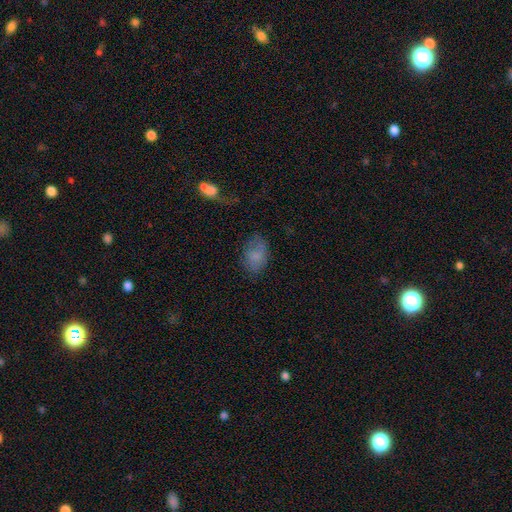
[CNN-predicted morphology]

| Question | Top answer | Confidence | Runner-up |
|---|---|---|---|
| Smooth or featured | smooth | 77% | featured or disk (14%) |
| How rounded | in between | 85% | round (13%) |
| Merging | none | 63% | minor disturbance (23%) |